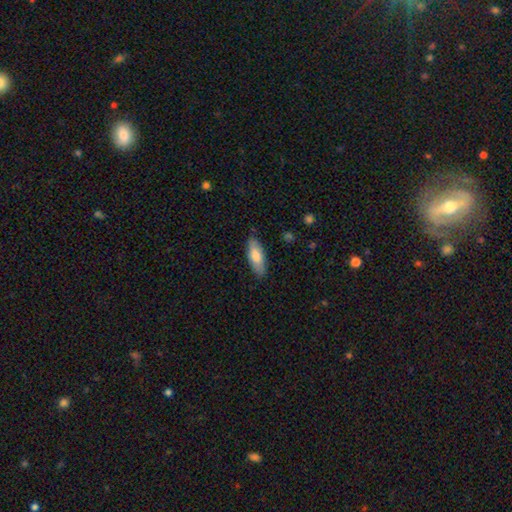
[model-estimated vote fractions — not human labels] smooth_or_featured: smooth (p=0.76) [alt: featured or disk p=0.18]
how_rounded: in between (p=0.71) [alt: cigar-shaped p=0.27]
merging: none (p=0.84) [alt: minor disturbance p=0.12]